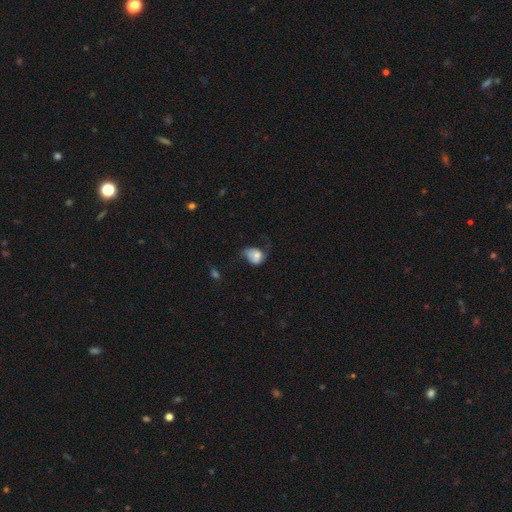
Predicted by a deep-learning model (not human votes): Smooth or featured? smooth (66%)
How rounded? in between (60%)
Merging? major disturbance (35%)